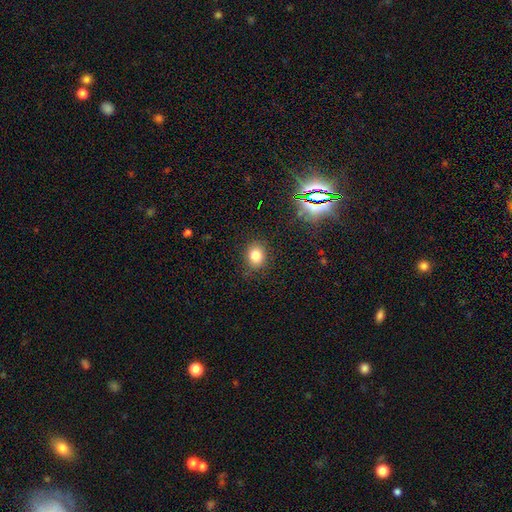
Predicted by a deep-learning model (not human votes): Smooth or featured? smooth (80%)
How rounded? round (59%)
Merging? none (84%)